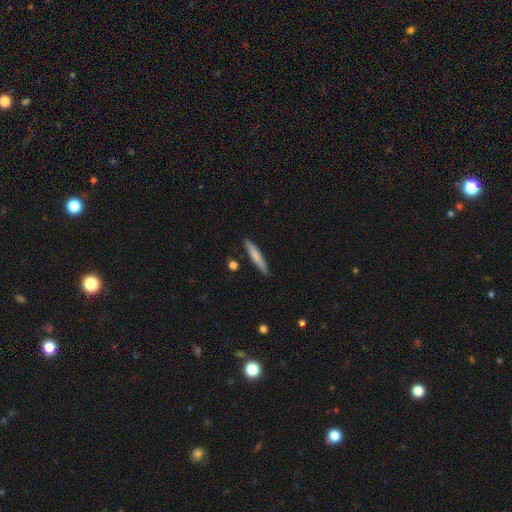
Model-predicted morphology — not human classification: Overall: smooth (71%). How rounded: cigar-shaped (92%). Merging: none (85%).